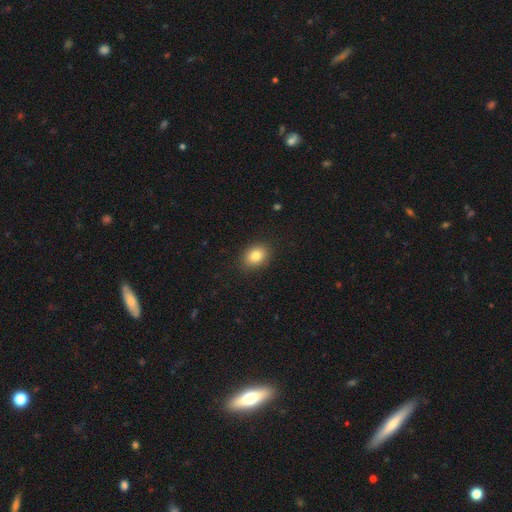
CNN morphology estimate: A smooth galaxy with no disk features (83%) that is in between round and cigar-shaped (62%).

Vote fractions:
- Smooth or featured? smooth: 83% / star or artifact: 10% / featured or disk: 8%
- How rounded? in between: 62% / round: 37% / cigar-shaped: 1%
- Merging? none: 88% / minor disturbance: 9% / major disturbance: 2% / merger: 1%